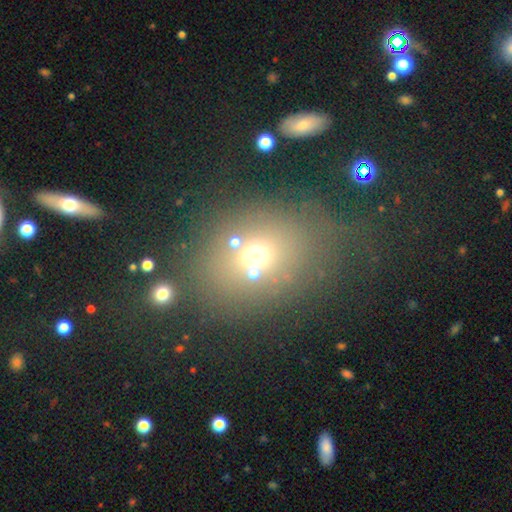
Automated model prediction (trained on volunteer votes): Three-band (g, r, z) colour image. It shows a smooth galaxy with no disk features (62%) that is round (57%). Merging: none (61%).